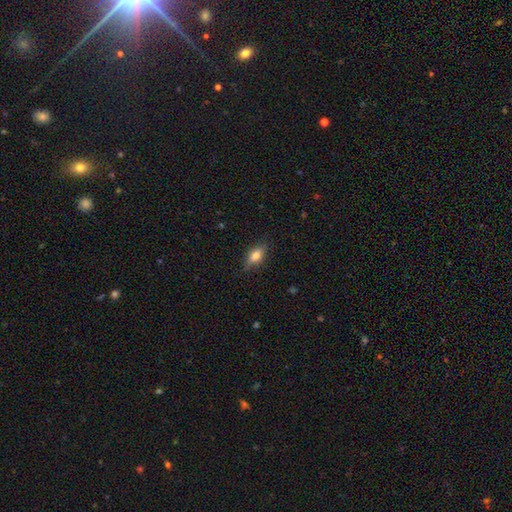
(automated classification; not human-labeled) Overall: smooth (72%). How rounded: in between (80%). Merging: none (78%).